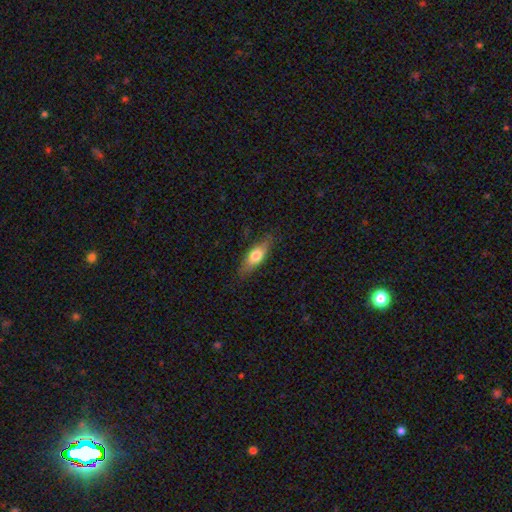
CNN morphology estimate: A smooth galaxy with no disk features (66%) that is in between round and cigar-shaped (61%).

Vote fractions:
- Smooth or featured? smooth: 66% / featured or disk: 28% / star or artifact: 6%
- How rounded? in between: 61% / cigar-shaped: 35% / round: 4%
- Merging? none: 79% / minor disturbance: 17% / major disturbance: 4% / merger: 1%